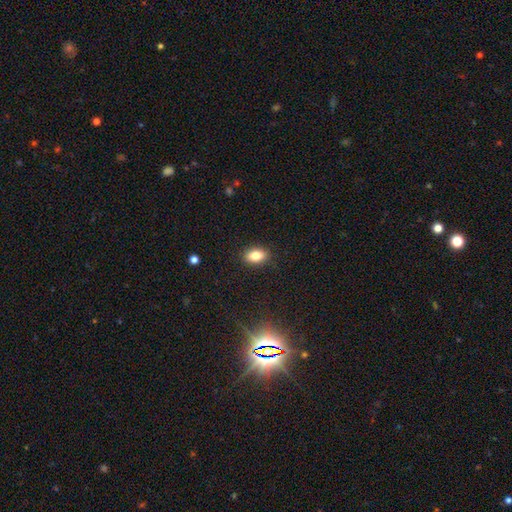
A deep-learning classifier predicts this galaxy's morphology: A smooth galaxy with no disk features (81%) that is in between round and cigar-shaped (87%).

Vote fractions:
- Smooth or featured? smooth: 81% / featured or disk: 10% / star or artifact: 9%
- How rounded? in between: 87% / round: 10% / cigar-shaped: 3%
- Merging? none: 89% / minor disturbance: 8% / major disturbance: 2% / merger: 1%